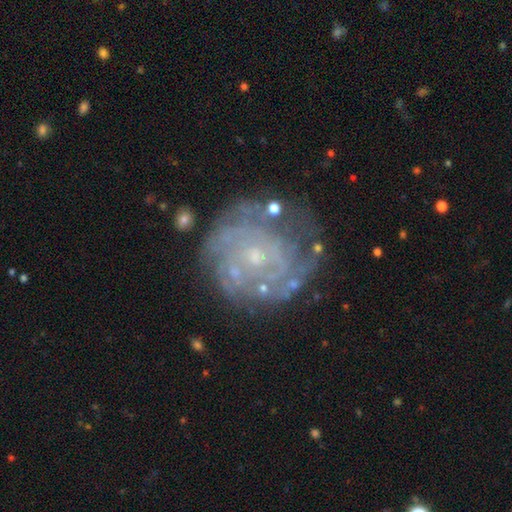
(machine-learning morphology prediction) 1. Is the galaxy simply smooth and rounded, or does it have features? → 77% featured or disk, 14% smooth, 9% star or artifact.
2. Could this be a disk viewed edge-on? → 98% no, 2% yes.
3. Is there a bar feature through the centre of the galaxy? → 79% no, 18% weak, 4% strong.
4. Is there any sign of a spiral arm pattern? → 73% yes, 27% no.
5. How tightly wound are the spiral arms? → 70% tight, 21% medium, 8% loose.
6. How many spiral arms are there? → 55% can't tell, 13% 2, 11% 3, 9% 4, 7% more than 4, 6% 1.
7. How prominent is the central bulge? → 73% small, 19% moderate, 6% none, 1% large, 1% dominant.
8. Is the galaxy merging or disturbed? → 68% none, 18% minor disturbance, 10% major disturbance, 3% merger.